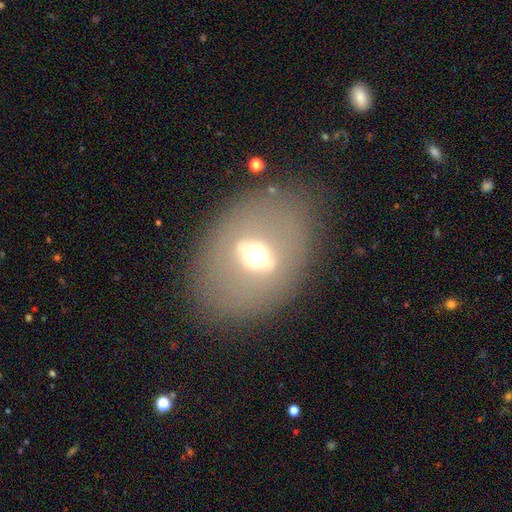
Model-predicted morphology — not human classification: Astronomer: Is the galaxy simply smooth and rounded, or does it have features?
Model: featured or disk — 54% (runner-up: smooth, 32%).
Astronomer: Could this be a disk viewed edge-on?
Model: no — 63%.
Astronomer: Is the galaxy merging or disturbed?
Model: none — 81%.